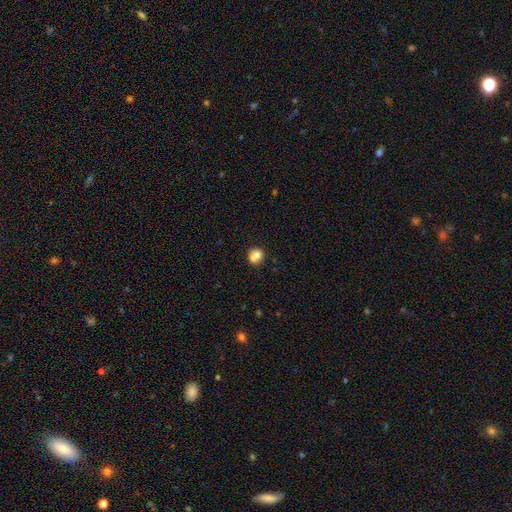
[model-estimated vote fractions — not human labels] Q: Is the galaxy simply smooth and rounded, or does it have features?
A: smooth — 75%.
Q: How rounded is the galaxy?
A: round — 81%.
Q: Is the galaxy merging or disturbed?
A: none — 47%.